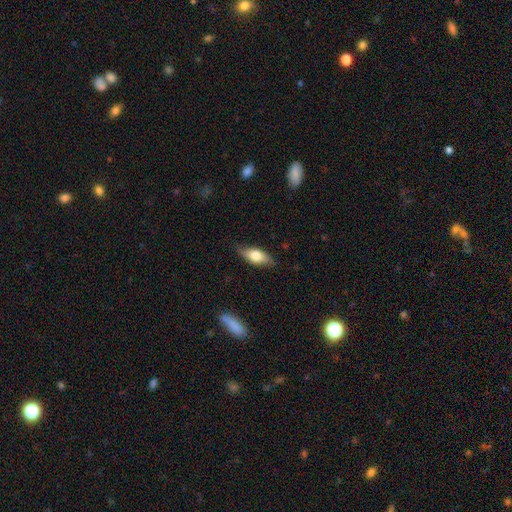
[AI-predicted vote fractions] This appears to be a smooth galaxy with no disk features (67%) that is in between round and cigar-shaped (81%). Merging: none (76%).